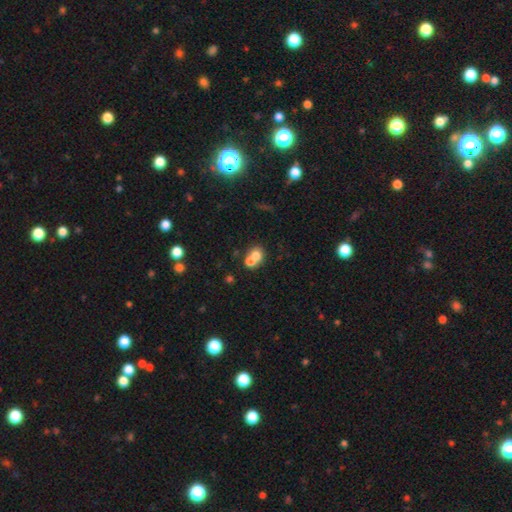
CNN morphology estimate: A smooth galaxy with no disk features (70%) that is round (70%). Merging: merger (62%).